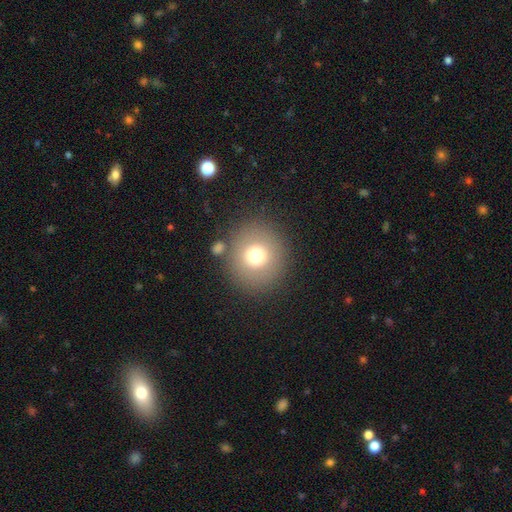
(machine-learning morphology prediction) smooth 72%, featured or disk 14%, star or artifact 14%. Down the decision tree: how rounded — round (92%); merging — none (83%).